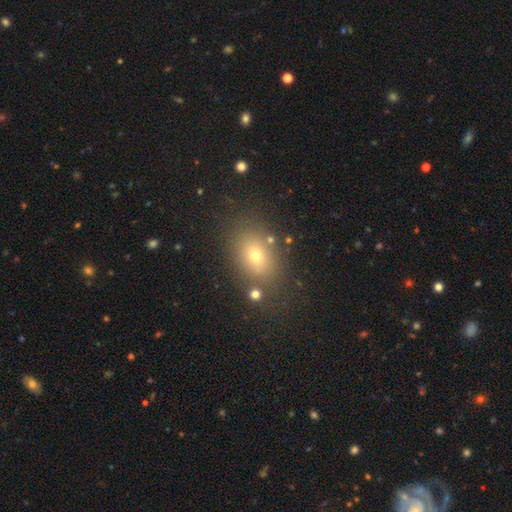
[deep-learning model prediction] This appears to be a smooth galaxy with no disk features (69%) that is in between round and cigar-shaped (73%). Merging: none (79%).